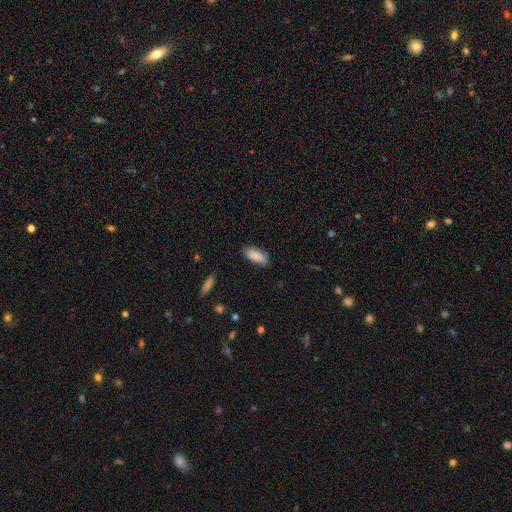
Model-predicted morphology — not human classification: A smooth galaxy with no disk features (87%) that is in between round and cigar-shaped (83%).

Vote fractions:
- Smooth or featured? smooth: 87% / star or artifact: 6% / featured or disk: 6%
- How rounded? in between: 83% / cigar-shaped: 15% / round: 2%
- Merging? none: 80% / minor disturbance: 16% / major disturbance: 3% / merger: 1%